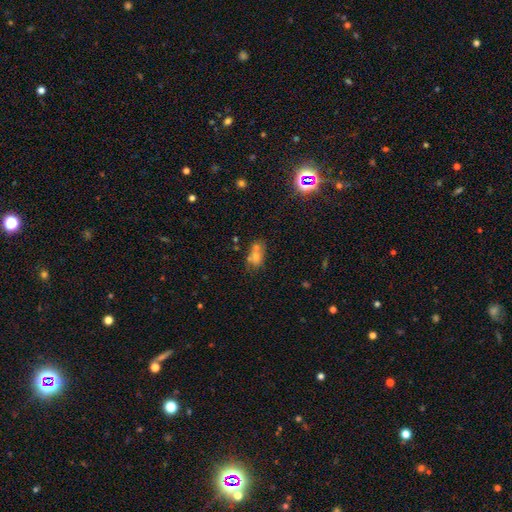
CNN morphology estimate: This appears to be a smooth galaxy with no disk features (59%) that is in between round and cigar-shaped (71%). Merging: merger (42%).